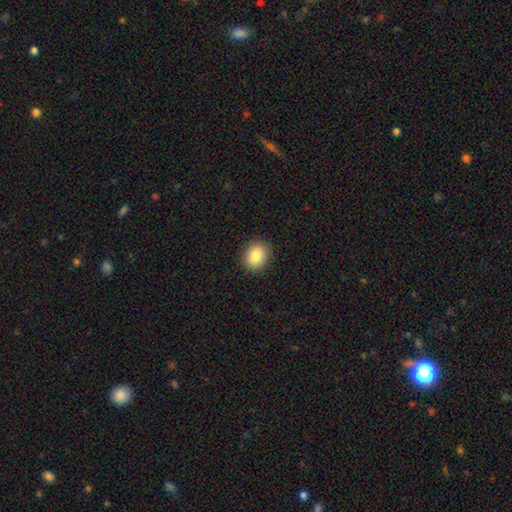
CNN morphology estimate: smooth 86%, star or artifact 8%, featured or disk 6%. Down the decision tree: how rounded — round (65%); merging — none (90%).